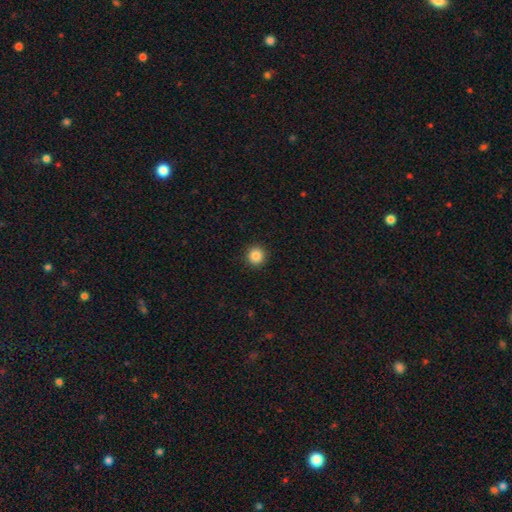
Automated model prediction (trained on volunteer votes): A smooth galaxy with no disk features (87%) that is round (95%). Merging: none (92%).